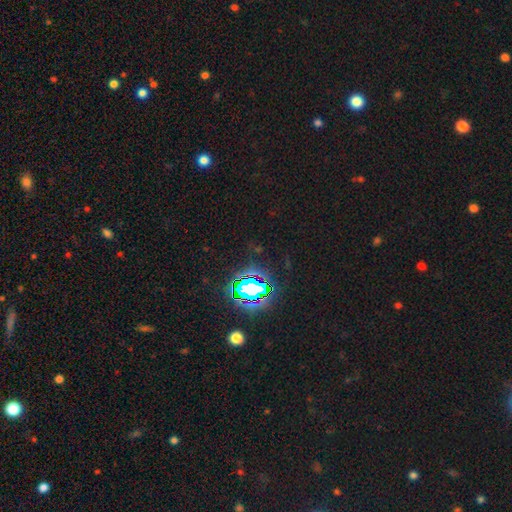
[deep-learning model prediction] This appears to be a star or artifact, not a galaxy (81%).